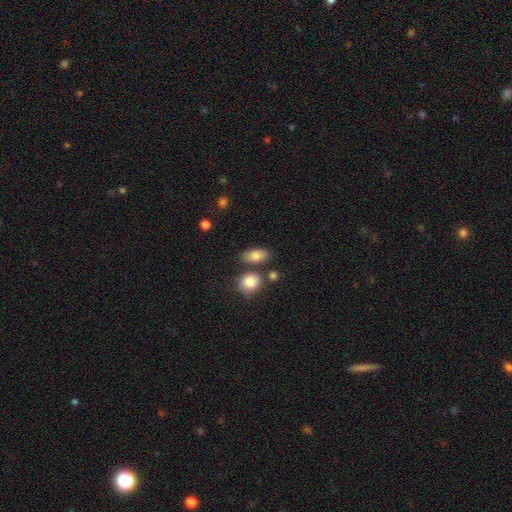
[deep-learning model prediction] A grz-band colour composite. It shows a smooth galaxy with no disk features (81%) that is in between round and cigar-shaped (83%). Merging: none (72%).